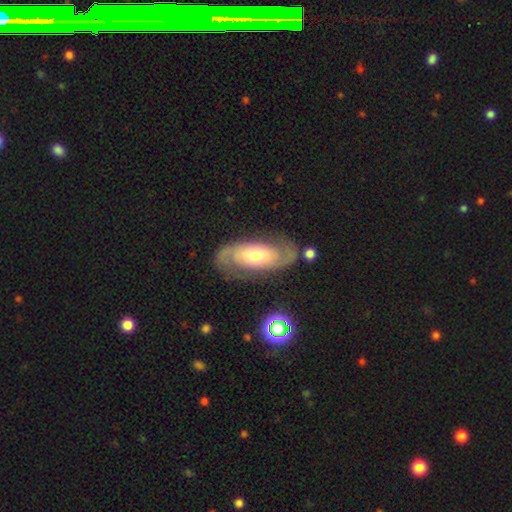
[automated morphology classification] Smooth or featured? Predicted: featured or disk (p=0.79). Edge-on disk? Predicted: no (p=0.94). Bar? Predicted: no (p=0.65). Spiral arms? Predicted: yes (p=0.92). Spiral winding? Predicted: medium (p=0.44). Spiral arm count? Predicted: 2 (p=0.87). Bulge size? Predicted: moderate (p=0.62). Merging? Predicted: none (p=0.74).